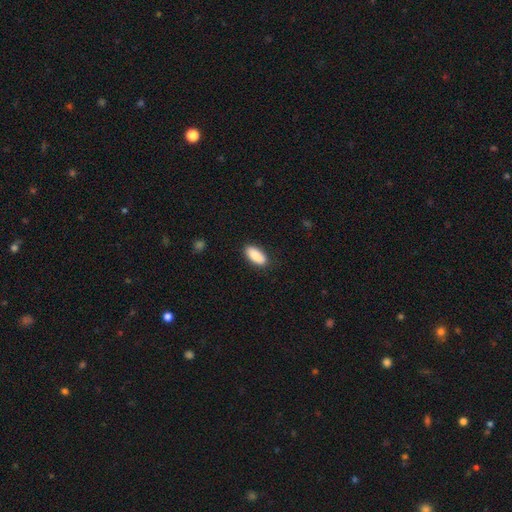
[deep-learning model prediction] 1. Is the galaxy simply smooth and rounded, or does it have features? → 88% smooth, 6% star or artifact, 6% featured or disk.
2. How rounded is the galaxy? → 86% in between, 12% cigar-shaped, 2% round.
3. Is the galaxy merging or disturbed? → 86% none, 11% minor disturbance, 2% major disturbance, 1% merger.